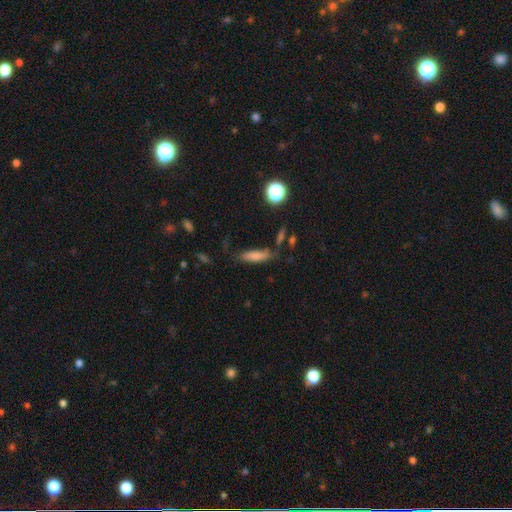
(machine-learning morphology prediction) Smooth or featured? smooth (74%)
How rounded? cigar-shaped (55%)
Merging? none (66%)